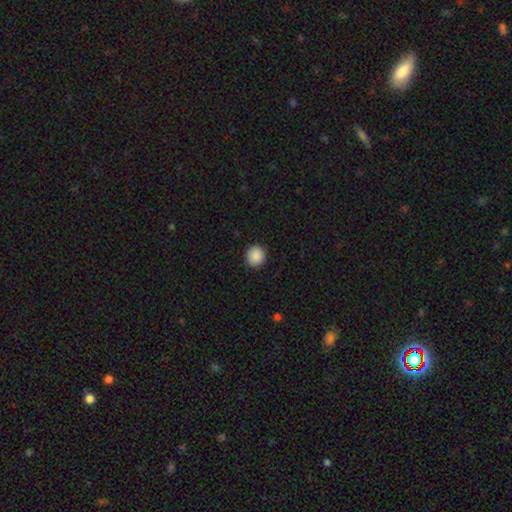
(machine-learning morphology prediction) Smooth or featured?
  - smooth: 89% *
  - star or artifact: 8%
  - featured or disk: 3%
How rounded?
  - round: 91% *
  - in between: 8%
  - cigar-shaped: 1%
Merging?
  - none: 92% *
  - minor disturbance: 5%
  - major disturbance: 2%
  - merger: 1%